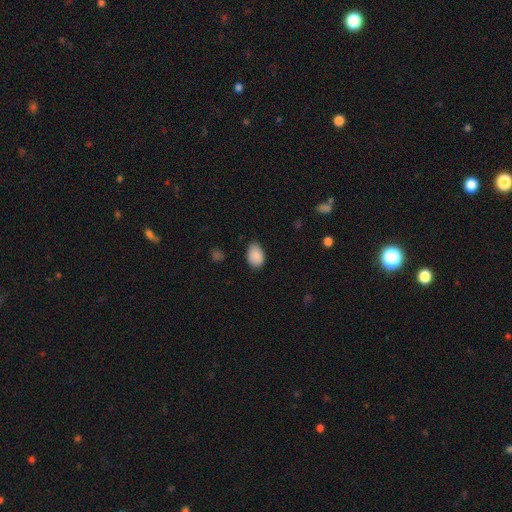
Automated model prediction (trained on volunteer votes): A smooth galaxy with no disk features (89%) that is in between round and cigar-shaped (86%). Merging: none (70%).